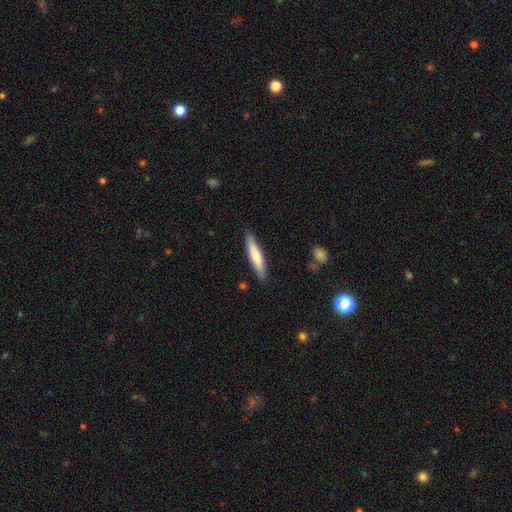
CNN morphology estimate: This is likely a smooth galaxy (71%). How rounded: clearly cigar-shaped (86%). Merging: clearly none (88%).